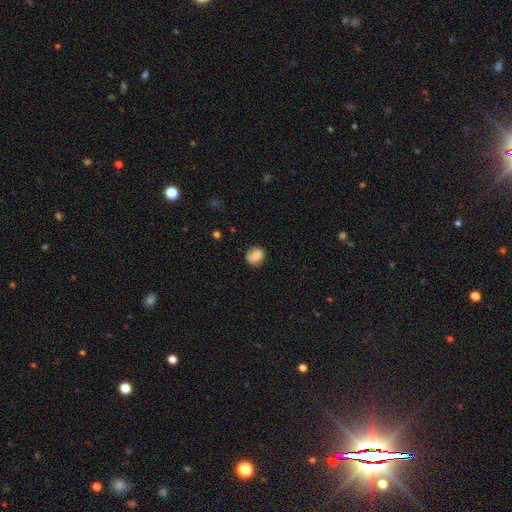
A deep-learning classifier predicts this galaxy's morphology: A smooth galaxy with no disk features (85%) that is round (71%). Merging: none (71%).